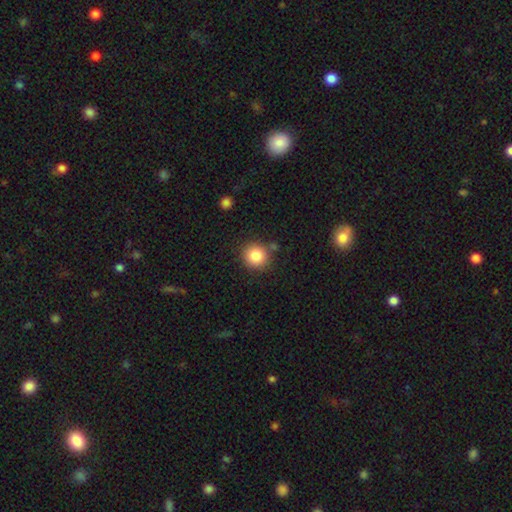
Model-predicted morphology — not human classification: Q: Smooth or featured?
A: smooth (85%); runner-up: star or artifact (10%)
Q: How rounded?
A: round (90%); runner-up: in between (9%)
Q: Merging?
A: none (82%); runner-up: minor disturbance (10%)